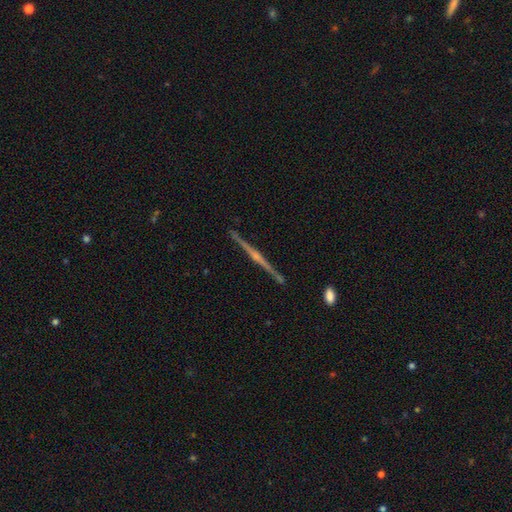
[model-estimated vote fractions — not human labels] Morphology: type=featured or disk (86%); edge-on=yes (99%); edge-on bulge=rounded (79%); merging=none (91%).